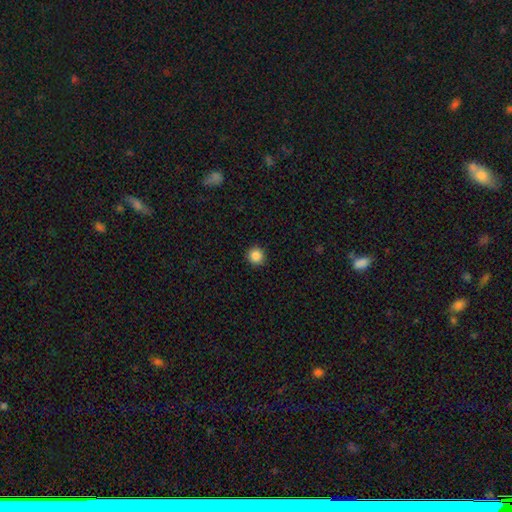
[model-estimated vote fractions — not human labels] Morphology: type=smooth (87%); roundness=round (95%); merging=none (92%).